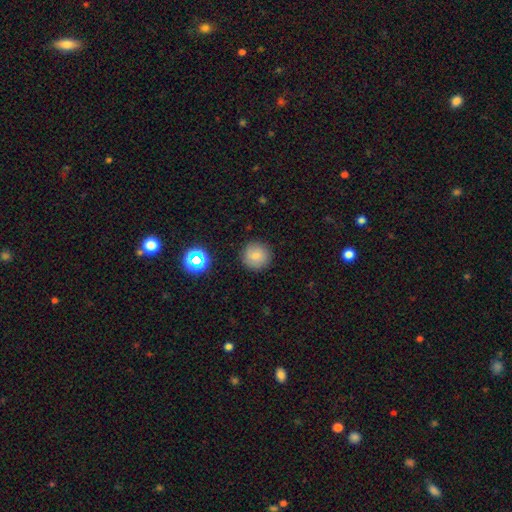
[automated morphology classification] This is likely a smooth galaxy (78%). How rounded: clearly round (95%). Merging: clearly none (89%).